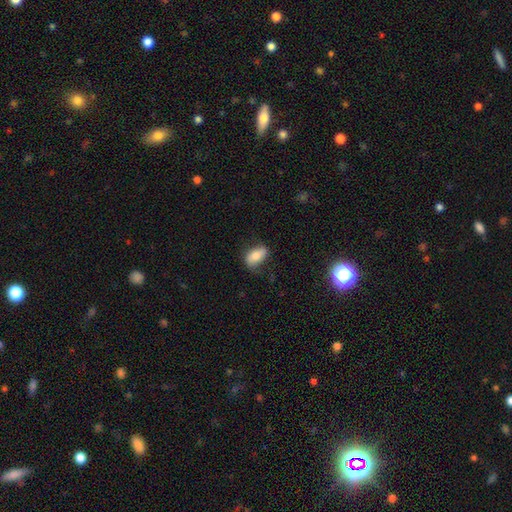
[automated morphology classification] Smooth or featured? Predicted: smooth (p=0.68). How rounded? Predicted: in between (p=0.90). Merging? Predicted: none (p=0.67).